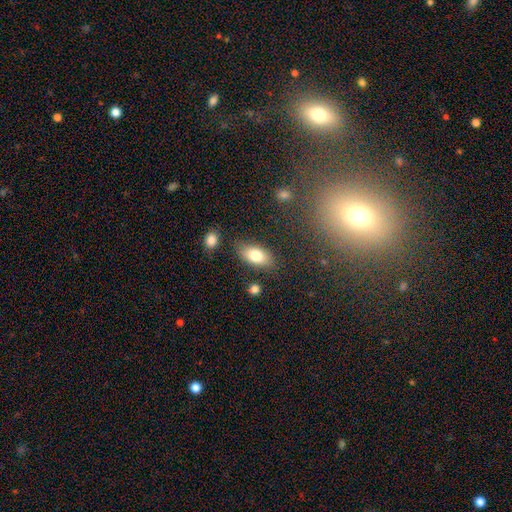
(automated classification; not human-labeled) This is likely a smooth galaxy (79%). How rounded: clearly in between (90%). Merging: clearly none (80%).